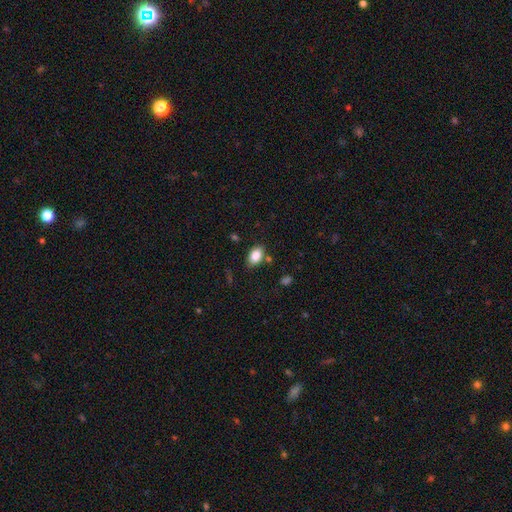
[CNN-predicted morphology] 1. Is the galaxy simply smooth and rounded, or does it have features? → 87% smooth, 8% star or artifact, 5% featured or disk.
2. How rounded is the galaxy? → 88% in between, 11% round, 1% cigar-shaped.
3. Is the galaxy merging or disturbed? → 79% none, 13% minor disturbance, 4% merger, 3% major disturbance.